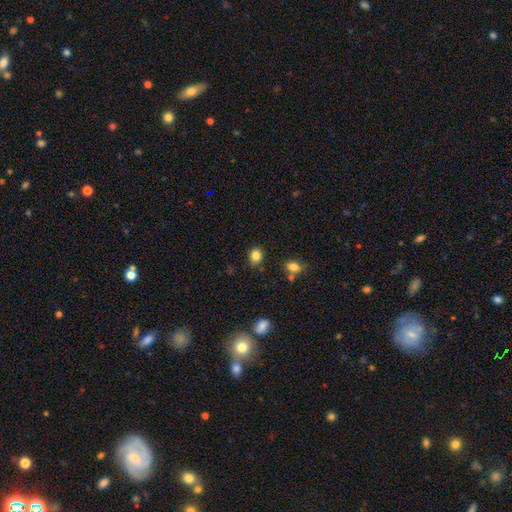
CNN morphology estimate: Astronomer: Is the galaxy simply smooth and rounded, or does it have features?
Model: smooth — 84%.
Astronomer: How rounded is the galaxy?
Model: round — 67%.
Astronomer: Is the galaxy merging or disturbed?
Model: none — 84%.